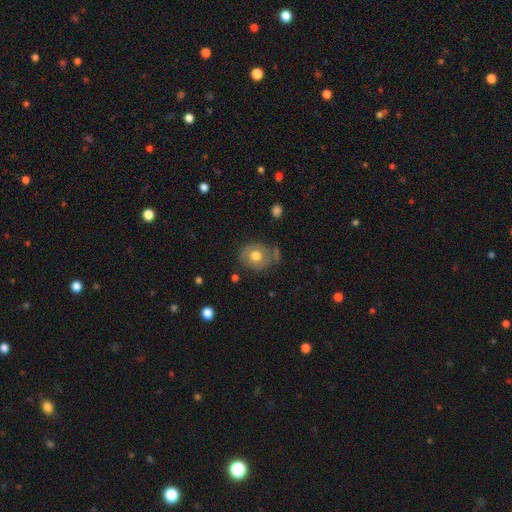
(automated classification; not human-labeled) Overall: smooth (59%; featured or disk 33%). How rounded: round (64%; in between 35%). Merging: none (64%).